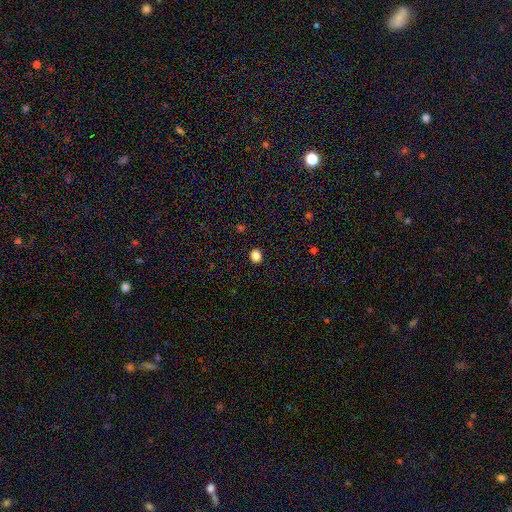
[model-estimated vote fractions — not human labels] smooth_or_featured: smooth (p=0.85) [alt: star or artifact p=0.12]
how_rounded: round (p=0.75) [alt: in between p=0.24]
merging: none (p=0.92) [alt: minor disturbance p=0.05]